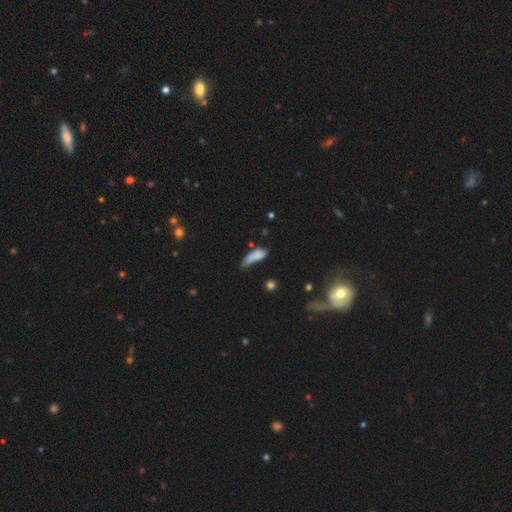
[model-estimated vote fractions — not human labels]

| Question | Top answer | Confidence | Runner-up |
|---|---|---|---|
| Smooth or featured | smooth | 77% | featured or disk (14%) |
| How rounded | in between | 58% | cigar-shaped (39%) |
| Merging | minor disturbance | 37% | none (34%) |